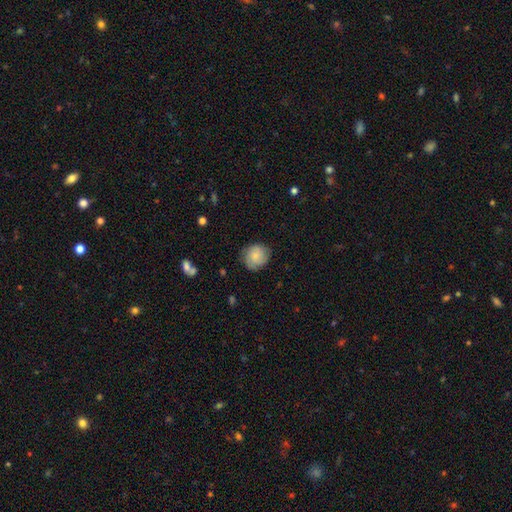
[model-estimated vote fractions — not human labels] Morphology: type=smooth (66%); roundness=round (82%); merging=none (76%).